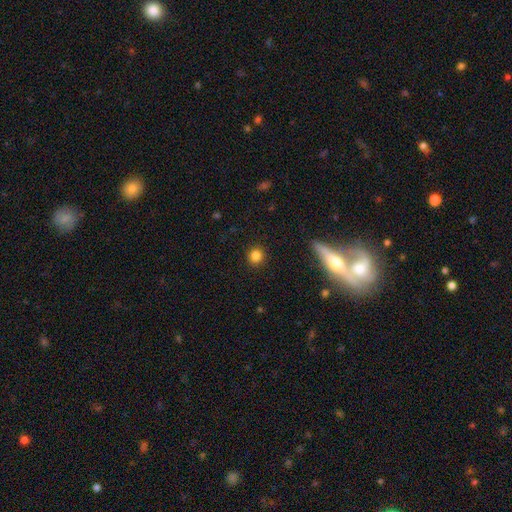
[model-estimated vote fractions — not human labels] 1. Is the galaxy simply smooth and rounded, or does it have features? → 83% smooth, 12% star or artifact, 5% featured or disk.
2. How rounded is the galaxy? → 91% round, 8% in between, 1% cigar-shaped.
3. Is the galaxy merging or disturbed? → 91% none, 6% minor disturbance, 2% major disturbance, 1% merger.